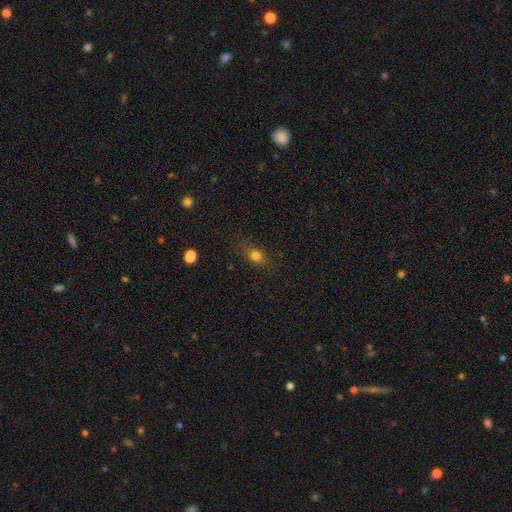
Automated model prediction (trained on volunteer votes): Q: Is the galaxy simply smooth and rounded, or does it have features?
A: smooth — 77%.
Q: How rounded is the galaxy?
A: in between — 50%.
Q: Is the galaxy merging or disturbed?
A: none — 75%.